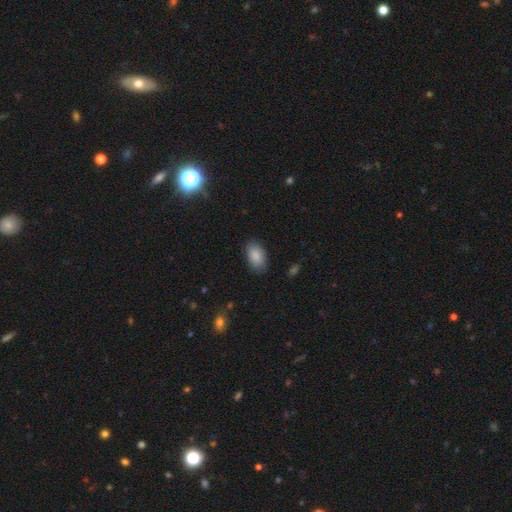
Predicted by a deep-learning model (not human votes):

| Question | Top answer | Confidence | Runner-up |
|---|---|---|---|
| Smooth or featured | smooth | 88% | star or artifact (7%) |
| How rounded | in between | 92% | round (6%) |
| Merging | none | 84% | minor disturbance (12%) |